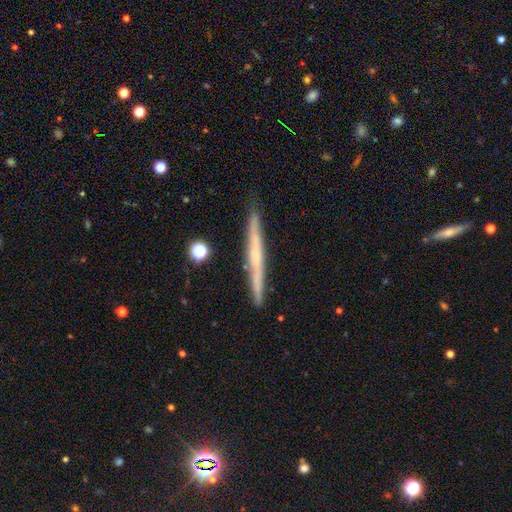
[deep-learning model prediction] Morphology: type=featured or disk (60%); edge-on=yes (97%); edge-on bulge=none (68%); merging=none (88%).